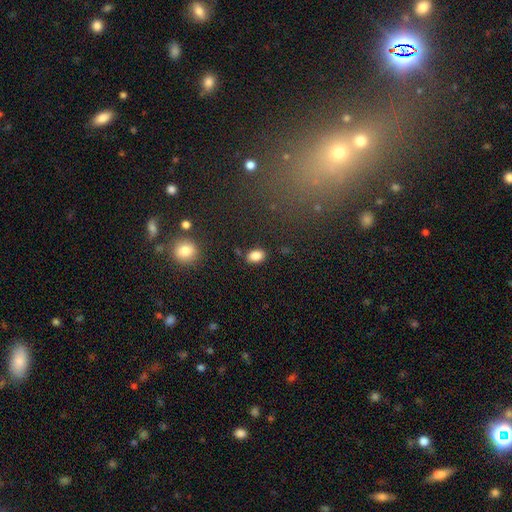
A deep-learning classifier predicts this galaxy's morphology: The model was most divided on "how rounded": in between: 83%, round: 16%, cigar-shaped: 2%. More confident: smooth or featured — smooth (85%); merging — none (83%).